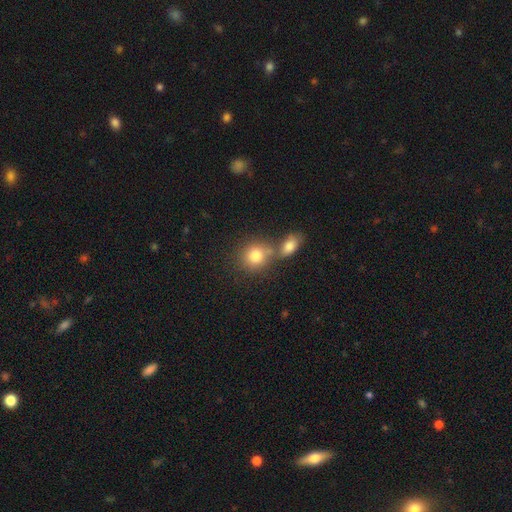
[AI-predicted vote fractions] A smooth galaxy with no disk features (79%) that is round (75%).

Vote fractions:
- Smooth or featured? smooth: 79% / featured or disk: 10% / star or artifact: 10%
- How rounded? round: 75% / in between: 24% / cigar-shaped: 1%
- Merging? none: 49% / merger: 37% / minor disturbance: 10% / major disturbance: 4%